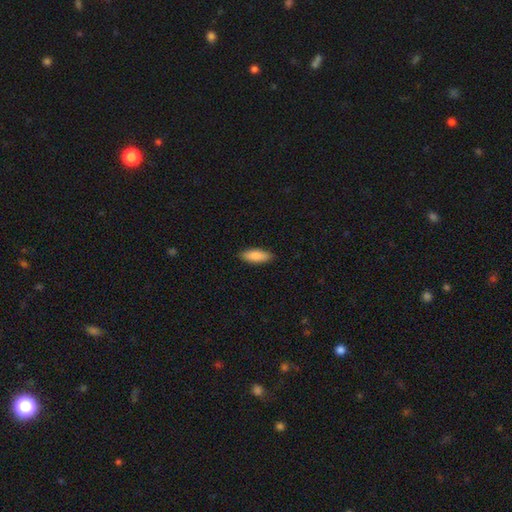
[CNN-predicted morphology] Smooth or featured? smooth (86%)
How rounded? in between (72%)
Merging? none (88%)